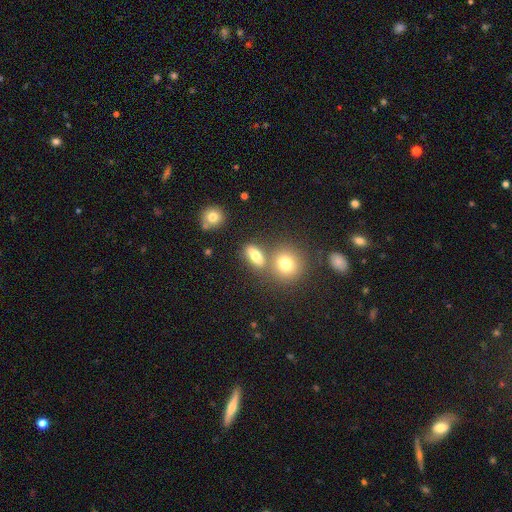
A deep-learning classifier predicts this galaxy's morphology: The model was most divided on "how rounded": in between: 66%, round: 21%, cigar-shaped: 13%. More confident: smooth or featured — smooth (73%); merging — none (66%).